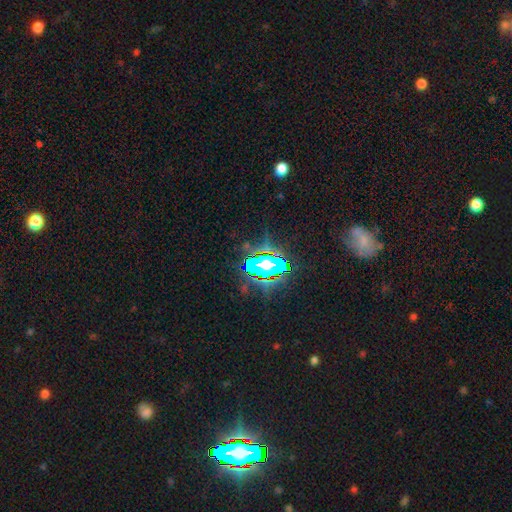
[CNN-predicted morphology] Smooth or featured?
  - star or artifact: 81% *
  - smooth: 11%
  - featured or disk: 8%